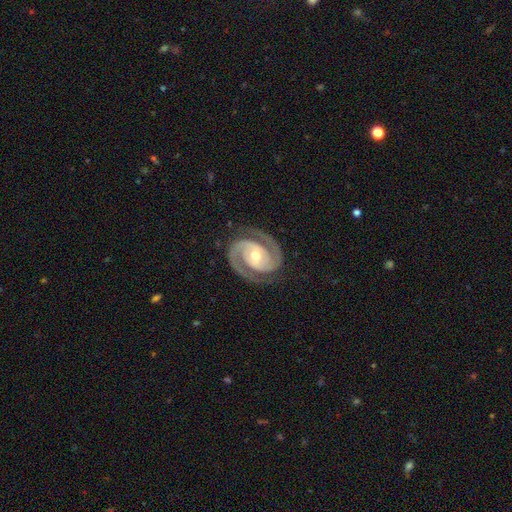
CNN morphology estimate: Overall: featured or disk (94%). Edge-on disk: no (98%). Bar: no (40%; weak 34%). Spiral arms: yes (99%). Spiral arm count: 2 (94%). Spiral winding: tight (55%; medium 40%). Bulge size: moderate (70%). Merging: none (84%).